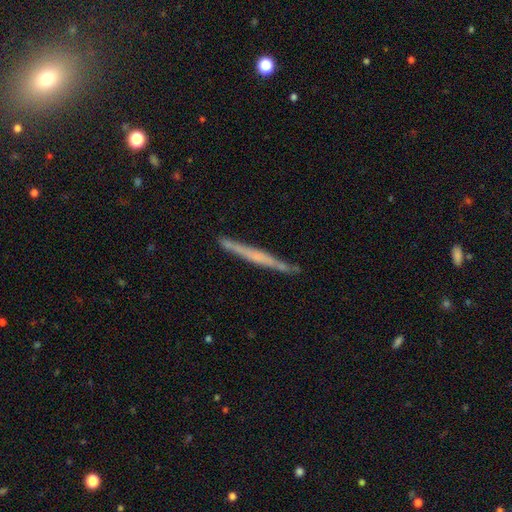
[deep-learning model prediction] smooth-or-featured: featured or disk: 56% | smooth: 37% | star or artifact: 6%
  disk-edge-on: yes: 96% | no: 4%
    edge-on-bulge: none: 75% | rounded: 15% | boxy: 10%
  merging: none: 86% | minor disturbance: 11% | major disturbance: 2% | merger: 2%